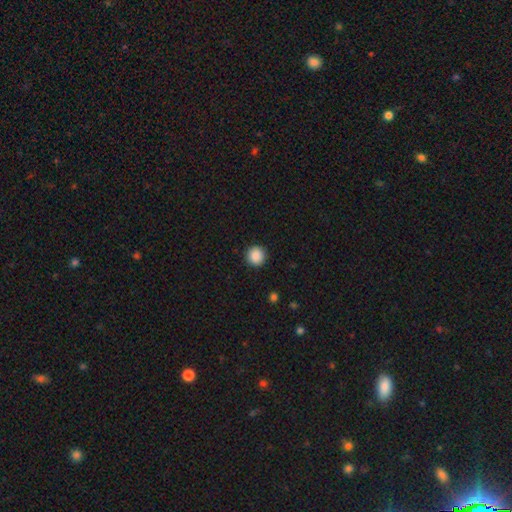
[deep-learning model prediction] This is clearly a smooth galaxy (89%). How rounded: clearly round (95%). Merging: clearly none (93%).